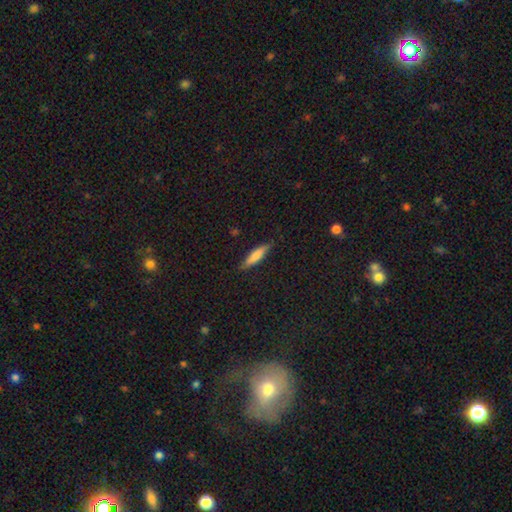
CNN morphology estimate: This appears to be a smooth galaxy with no disk features (71%) that is cigar-shaped (77%). Merging: none (84%).